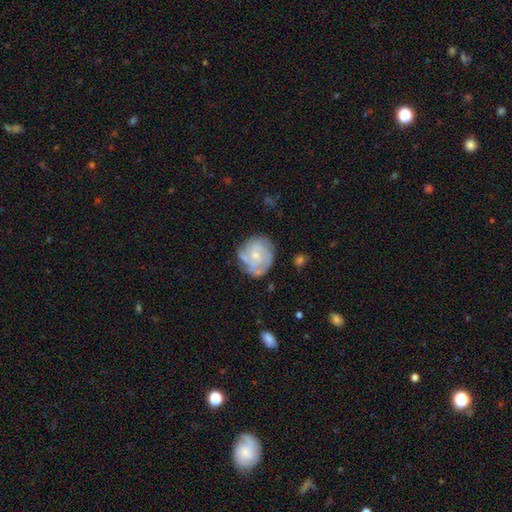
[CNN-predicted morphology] type=featured or disk (76%); edge-on=no (98%); bar=no (67%); spiral arms=yes (93%); winding=tight (60%); arm count=3 (32%); bulge=small (53%); merging=none (70%).